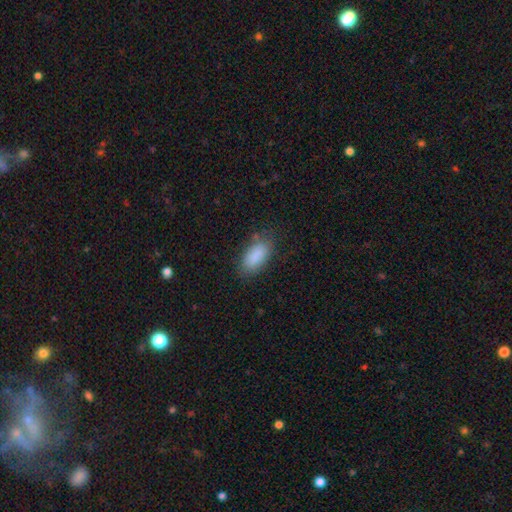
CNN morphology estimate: Smooth or featured? Predicted: smooth (p=0.88). How rounded? Predicted: in between (p=0.90). Merging? Predicted: none (p=0.77).